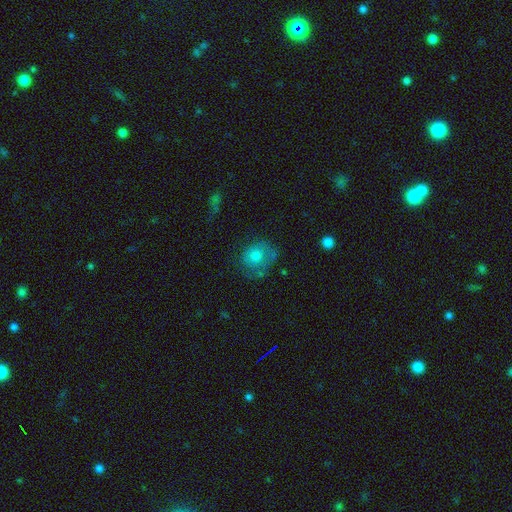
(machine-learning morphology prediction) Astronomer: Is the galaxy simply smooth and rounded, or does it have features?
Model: smooth — 63%.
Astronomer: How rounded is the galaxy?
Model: round — 67%.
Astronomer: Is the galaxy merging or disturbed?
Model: none — 54%.